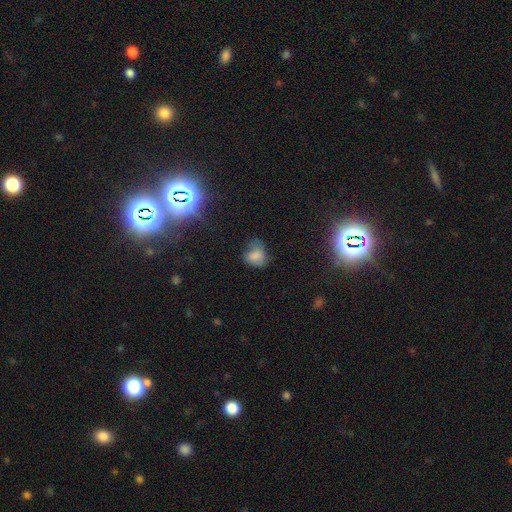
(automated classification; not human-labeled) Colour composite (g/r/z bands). It shows a smooth galaxy with no disk features (71%) that is in between round and cigar-shaped (60%). Merging: none (41%).